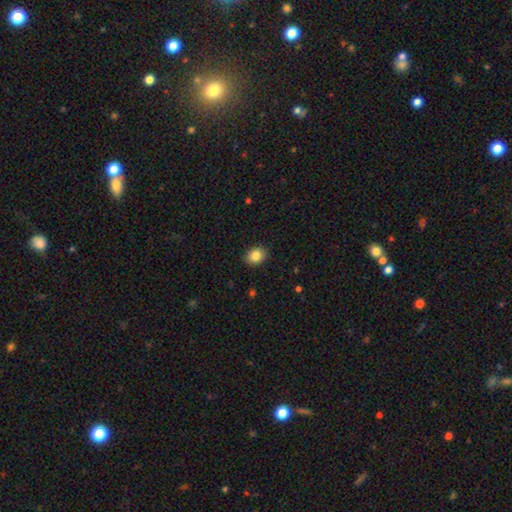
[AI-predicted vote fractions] smooth-or-featured: smooth: 85% | star or artifact: 9% | featured or disk: 6%
  how-rounded: in between: 55% | round: 44% | cigar-shaped: 1%
  merging: none: 90% | minor disturbance: 7% | major disturbance: 2% | merger: 1%